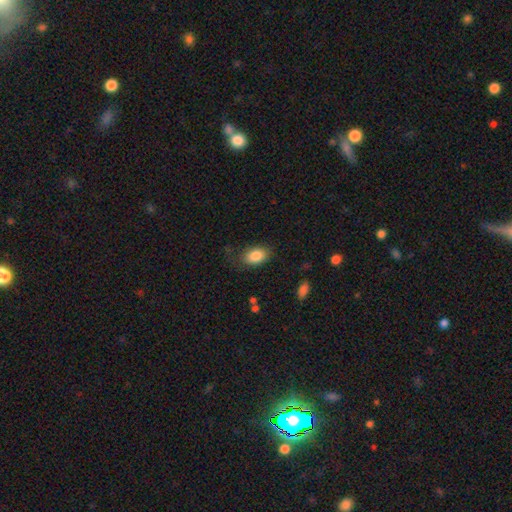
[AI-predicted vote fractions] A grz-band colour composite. It shows a smooth galaxy with no disk features (85%) that is in between round and cigar-shaped (89%). Merging: none (76%).